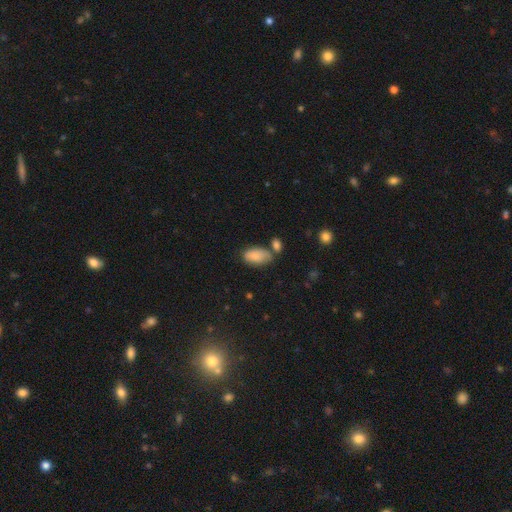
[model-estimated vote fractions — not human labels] Smooth or featured? Predicted: smooth (p=0.85). How rounded? Predicted: in between (p=0.94). Merging? Predicted: none (p=0.59).